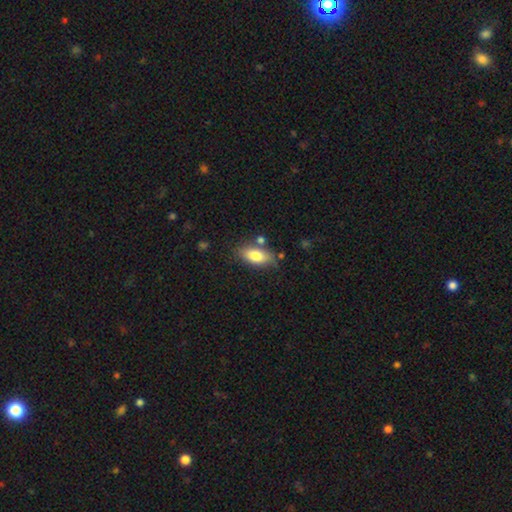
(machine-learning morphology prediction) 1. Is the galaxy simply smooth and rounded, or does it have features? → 76% smooth, 17% featured or disk, 7% star or artifact.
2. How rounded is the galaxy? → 85% in between, 10% cigar-shaped, 5% round.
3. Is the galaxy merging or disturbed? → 70% none, 18% minor disturbance, 8% merger, 5% major disturbance.